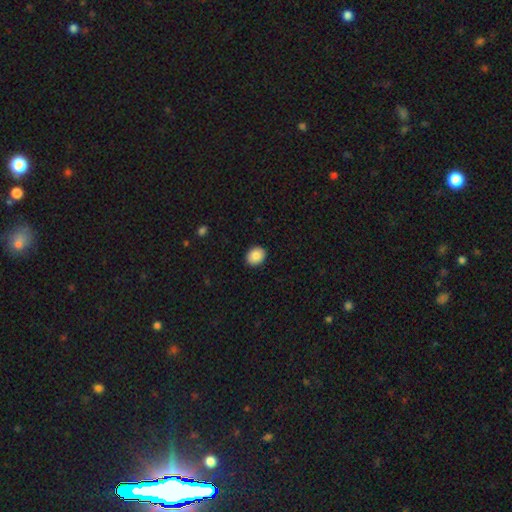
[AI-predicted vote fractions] This appears to be a smooth galaxy with no disk features (87%) that is round (59%). Merging: none (90%).